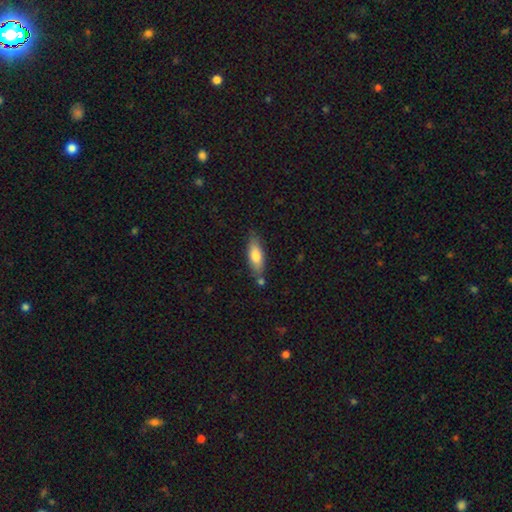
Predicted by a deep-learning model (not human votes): This is likely a smooth galaxy (74%). How rounded: likely in between (61%). Merging: likely none (72%).